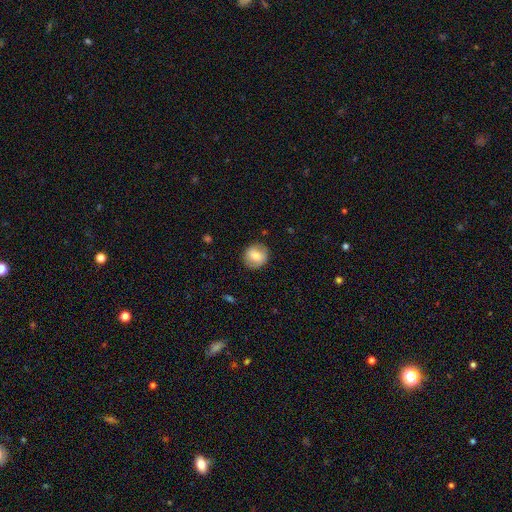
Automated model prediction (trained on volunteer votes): smooth 70%, featured or disk 22%, star or artifact 8%. Down the decision tree: how rounded — round (85%); merging — none (85%).